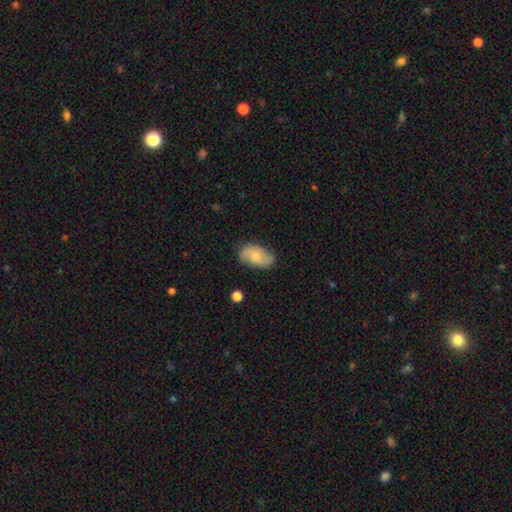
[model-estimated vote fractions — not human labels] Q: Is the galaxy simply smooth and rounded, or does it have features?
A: smooth — 56%.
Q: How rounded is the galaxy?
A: in between — 92%.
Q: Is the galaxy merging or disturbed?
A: none — 72%.